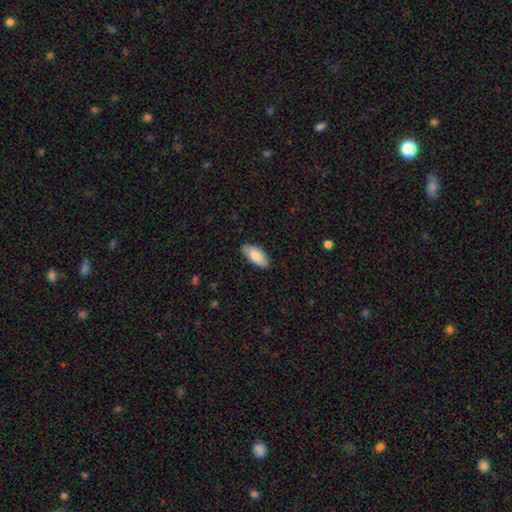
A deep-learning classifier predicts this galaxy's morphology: smooth_or_featured: smooth (p=0.84) [alt: featured or disk p=0.10]
how_rounded: in between (p=0.91) [alt: cigar-shaped p=0.07]
merging: none (p=0.85) [alt: minor disturbance p=0.12]